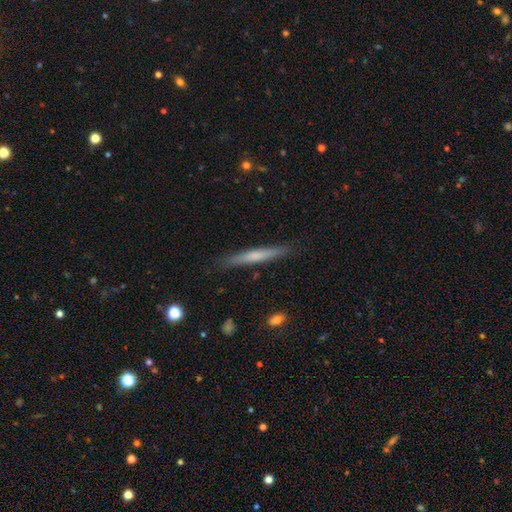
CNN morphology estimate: Smooth or featured: smooth — 57% (featured or disk — 37%)
How rounded: cigar-shaped — 96% (in between — 3%)
Merging: none — 87% (minor disturbance — 9%)